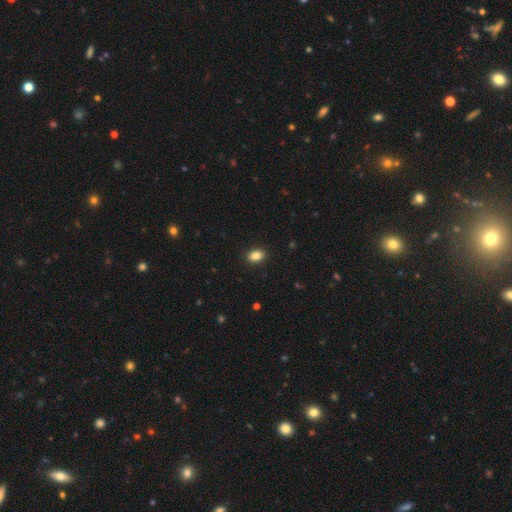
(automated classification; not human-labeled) Smooth or featured: smooth — 86% (star or artifact — 9%)
How rounded: in between — 80% (round — 19%)
Merging: none — 90% (minor disturbance — 7%)